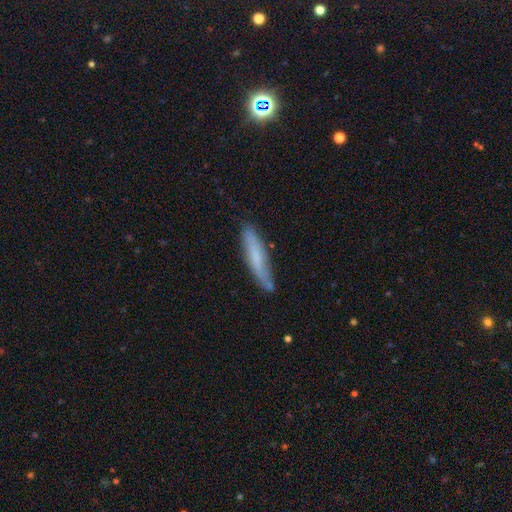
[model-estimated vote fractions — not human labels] This appears to be a smooth galaxy with no disk features (59%) that is cigar-shaped (89%). Merging: none (78%).